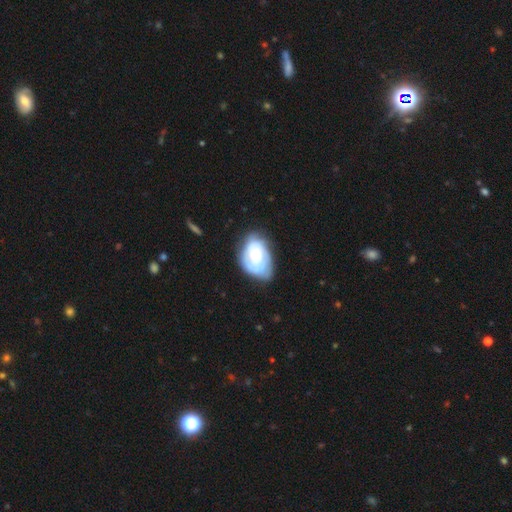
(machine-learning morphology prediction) A featured or disk galaxy (56%) with no bar (80%), spiral arms (67%) and a moderate central bulge (53%).

Vote fractions:
- Smooth or featured? featured or disk: 56% / smooth: 38% / star or artifact: 6%
- Edge-on disk? no: 96% / yes: 4%
- Bar? no: 80% / weak: 17% / strong: 3%
- Spiral arms? yes: 67% / no: 33%
- Bulge size? moderate: 53% / small: 35% / large: 7% / none: 3% / dominant: 1%
- Merging? none: 55% / minor disturbance: 32% / major disturbance: 11% / merger: 2%